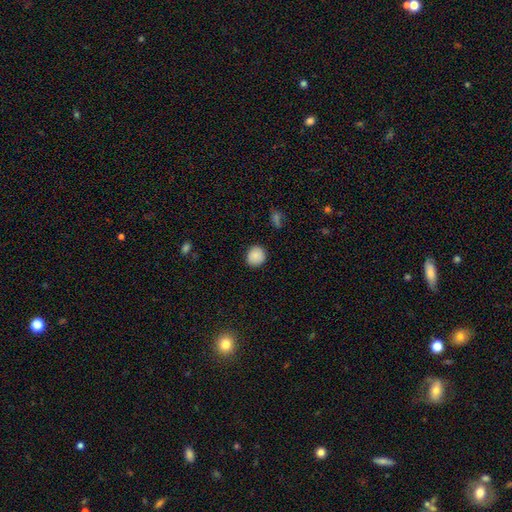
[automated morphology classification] This appears to be a smooth galaxy with no disk features (87%) that is round (88%). Merging: none (88%).